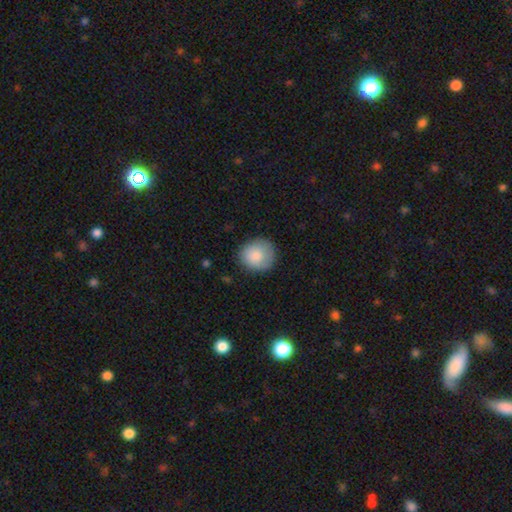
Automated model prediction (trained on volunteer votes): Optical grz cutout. It shows a smooth galaxy with no disk features (84%) that is round (86%). Merging: none (81%).